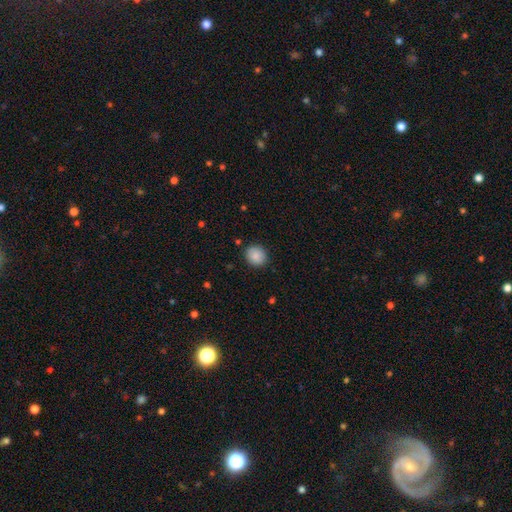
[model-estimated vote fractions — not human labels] Smooth or featured? smooth (87%)
How rounded? round (72%)
Merging? none (86%)